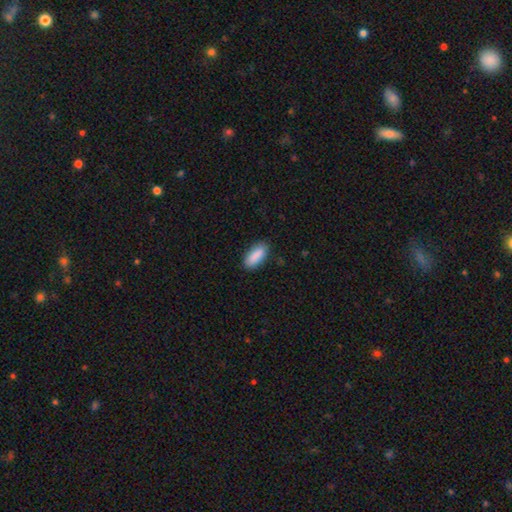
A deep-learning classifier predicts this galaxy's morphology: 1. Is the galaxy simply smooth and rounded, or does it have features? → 89% smooth, 6% star or artifact, 4% featured or disk.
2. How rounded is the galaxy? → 79% in between, 19% cigar-shaped, 2% round.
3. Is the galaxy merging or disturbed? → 86% none, 11% minor disturbance, 2% major disturbance, 1% merger.